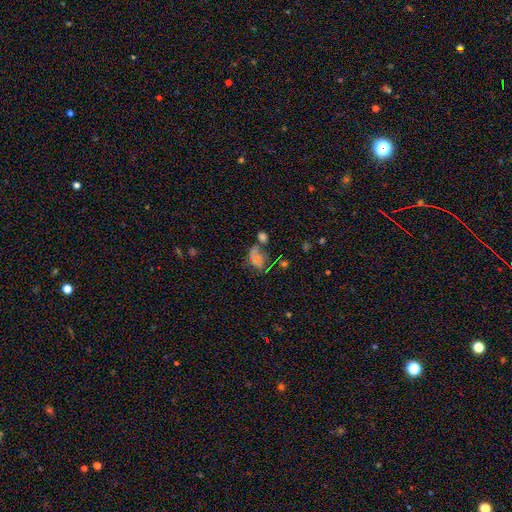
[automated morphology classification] This is marginally a smooth galaxy (43%). Merging: marginally none (32%).